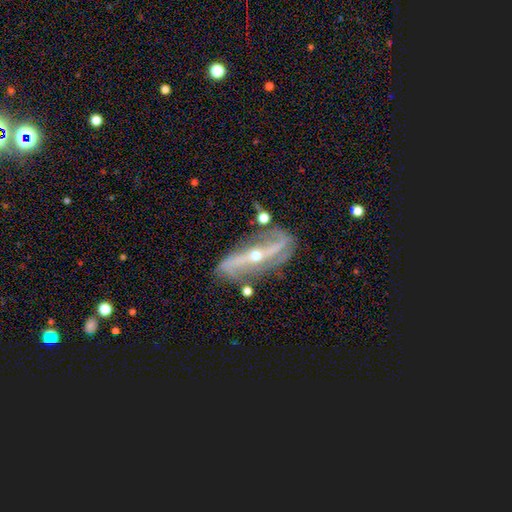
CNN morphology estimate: smooth-or-featured: featured or disk: 88% | smooth: 6% | star or artifact: 6%
  disk-edge-on: no: 85% | yes: 15%
    bar: strong: 57% | no: 23% | weak: 19%
    has-spiral-arms: yes: 92% | no: 8%
      spiral-winding: loose: 63% | medium: 25% | tight: 11%
      spiral-arm-count: 2: 91% | can't tell: 4% | 1: 2% | 3: 1% | 4: 1% | more than 4: 1%
    bulge-size: small: 57% | moderate: 39% | large: 2% | none: 1% | dominant: 1%
  merging: none: 67% | minor disturbance: 18% | major disturbance: 9% | merger: 5%